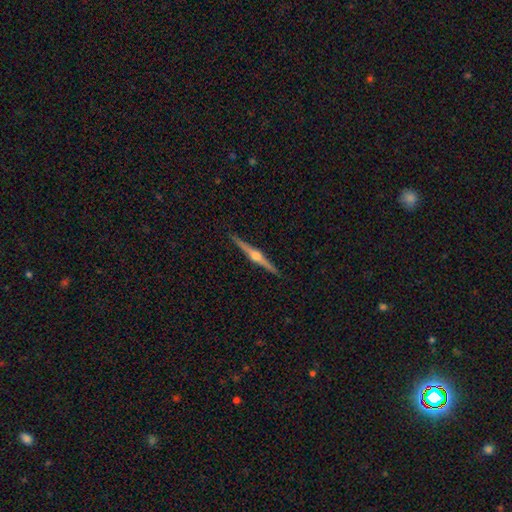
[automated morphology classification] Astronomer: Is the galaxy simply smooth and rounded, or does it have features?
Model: featured or disk — 86%.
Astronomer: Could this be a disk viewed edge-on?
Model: yes — 99%.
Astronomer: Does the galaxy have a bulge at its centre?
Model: rounded — 94%.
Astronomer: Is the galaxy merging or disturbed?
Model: none — 93%.